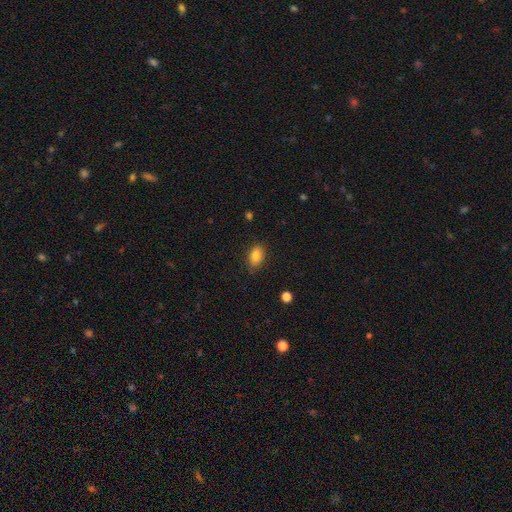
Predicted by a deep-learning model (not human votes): Overall: smooth (83%). How rounded: in between (84%). Merging: none (81%).